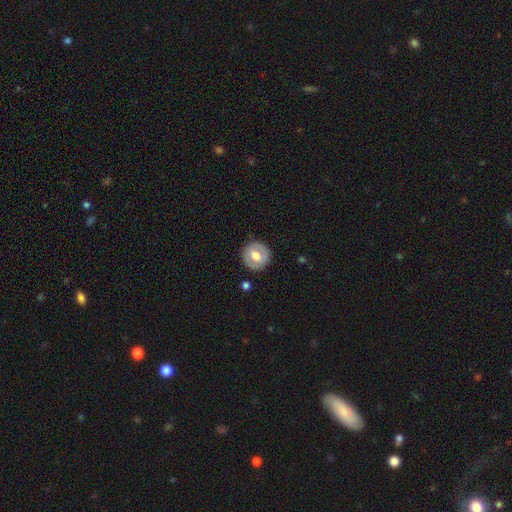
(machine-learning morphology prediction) Smooth or featured? smooth (55%)
How rounded? round (90%)
Merging? none (88%)